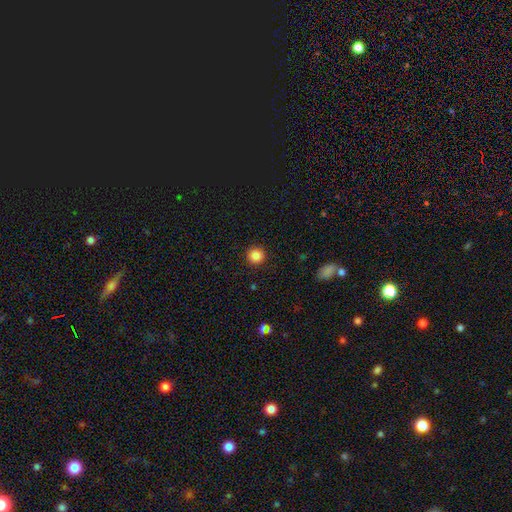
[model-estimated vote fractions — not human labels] Smooth or featured? smooth (86%)
How rounded? round (95%)
Merging? none (91%)